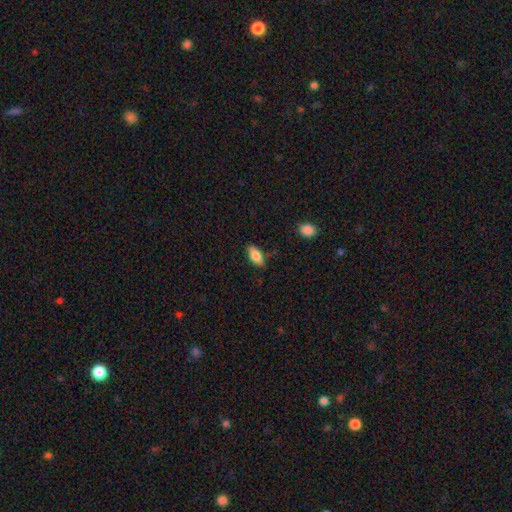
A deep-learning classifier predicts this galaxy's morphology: Overall: smooth (80%). How rounded: in between (85%). Merging: none (78%).